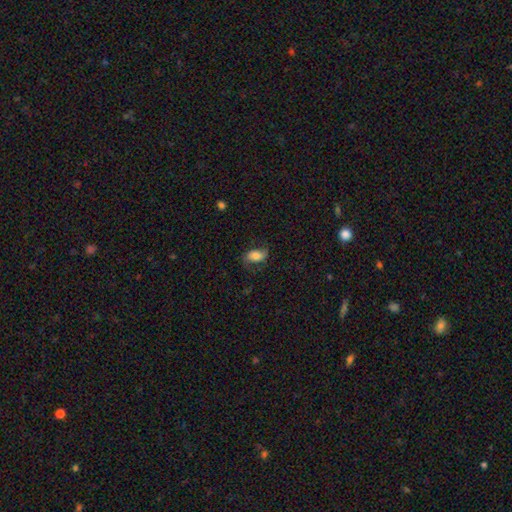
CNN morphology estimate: A smooth galaxy with no disk features (59%) that is in between round and cigar-shaped (89%).

Vote fractions:
- Smooth or featured? smooth: 59% / featured or disk: 33% / star or artifact: 9%
- How rounded? in between: 89% / round: 8% / cigar-shaped: 3%
- Merging? none: 64% / minor disturbance: 22% / major disturbance: 13% / merger: 1%